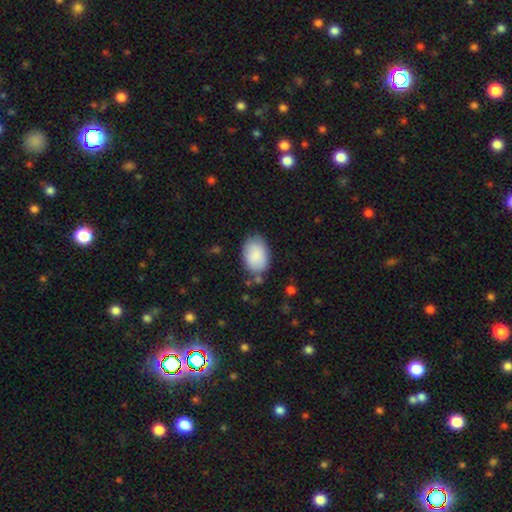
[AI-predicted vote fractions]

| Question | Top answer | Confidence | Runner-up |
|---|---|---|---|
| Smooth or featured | smooth | 87% | featured or disk (7%) |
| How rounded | in between | 87% | round (12%) |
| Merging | none | 75% | minor disturbance (18%) |